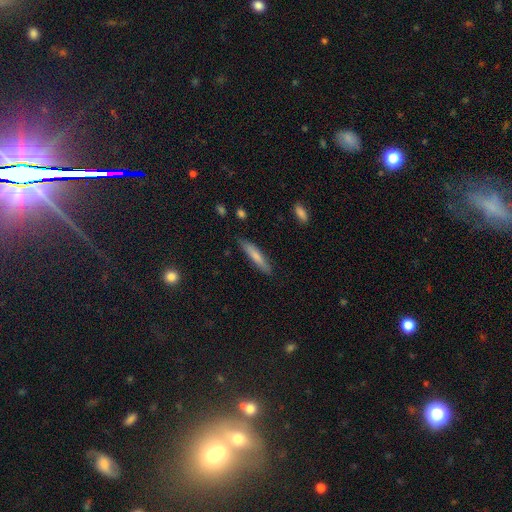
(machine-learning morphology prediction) Q: Smooth or featured?
A: smooth (73%); runner-up: featured or disk (21%)
Q: How rounded?
A: cigar-shaped (90%); runner-up: in between (9%)
Q: Merging?
A: none (85%); runner-up: minor disturbance (11%)